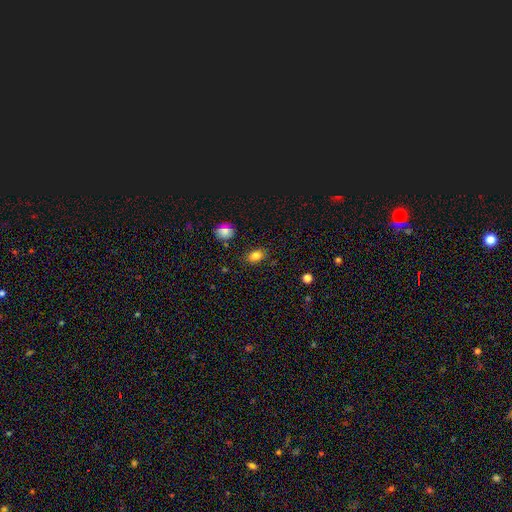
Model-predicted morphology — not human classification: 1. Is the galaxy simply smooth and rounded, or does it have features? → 82% smooth, 11% star or artifact, 7% featured or disk.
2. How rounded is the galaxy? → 77% in between, 22% round, 2% cigar-shaped.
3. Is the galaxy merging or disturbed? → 83% none, 12% minor disturbance, 3% major disturbance, 2% merger.